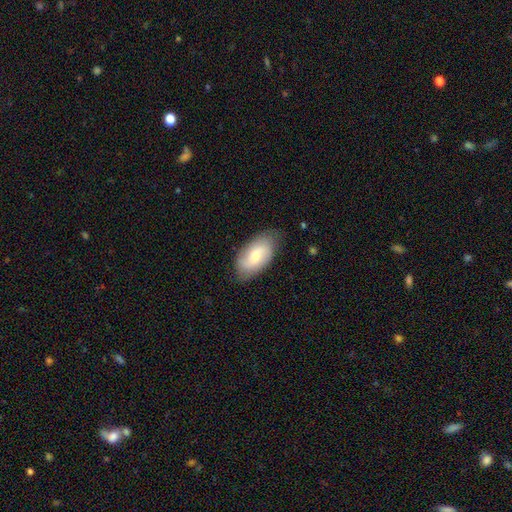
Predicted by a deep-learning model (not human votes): Overall: smooth (56%; featured or disk 38%). How rounded: in between (93%). Merging: none (79%).